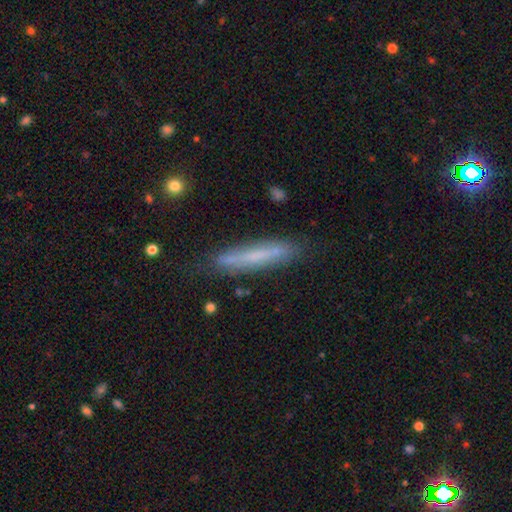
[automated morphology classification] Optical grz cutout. It shows a smooth galaxy with no disk features (55%) that is cigar-shaped (92%). Merging: none (79%).